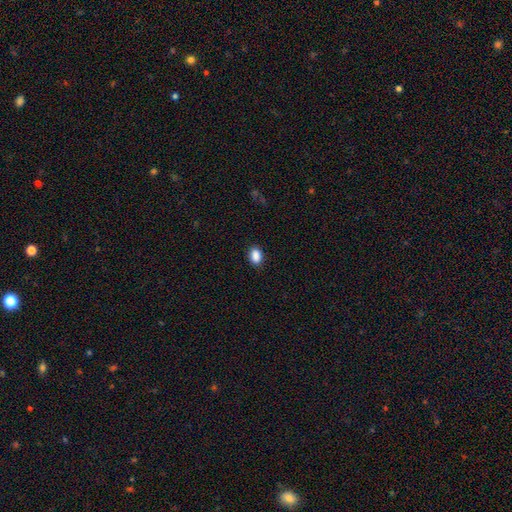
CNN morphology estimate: smooth 89%, star or artifact 8%, featured or disk 3%. Down the decision tree: how rounded — in between (81%); merging — none (87%).